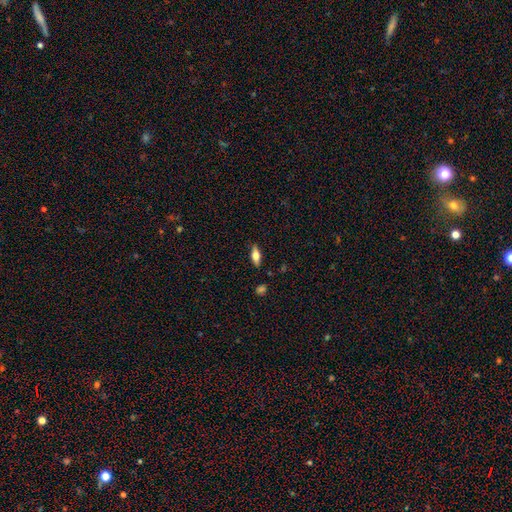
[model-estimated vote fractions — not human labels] A smooth galaxy with no disk features (55%) that is in between round and cigar-shaped (68%). Merging: none (86%).